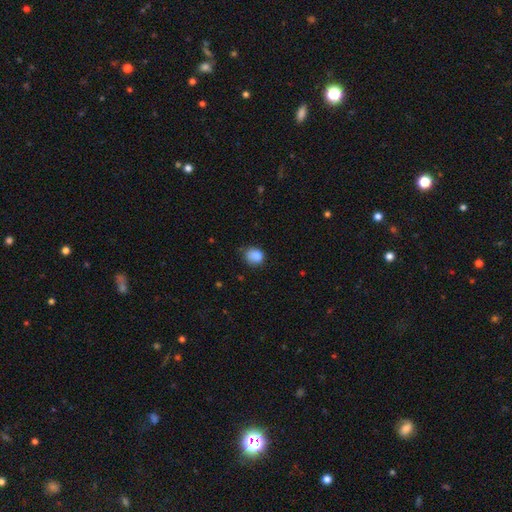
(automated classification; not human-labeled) smooth 85%, star or artifact 9%, featured or disk 5%. Down the decision tree: how rounded — round (68%); merging — none (64%).